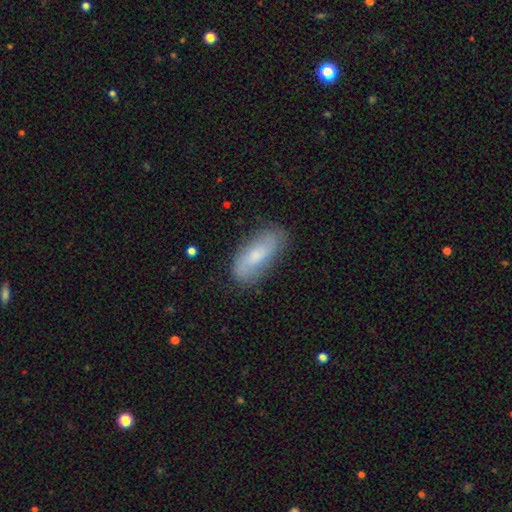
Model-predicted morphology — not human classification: smooth 65%, featured or disk 28%, star or artifact 7%. Down the decision tree: how rounded — in between (78%); merging — none (76%).